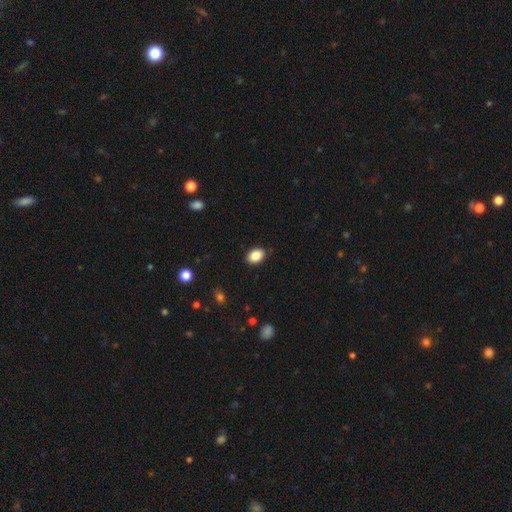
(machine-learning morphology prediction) smooth 86%, star or artifact 8%, featured or disk 5%. Down the decision tree: how rounded — in between (74%); merging — none (87%).